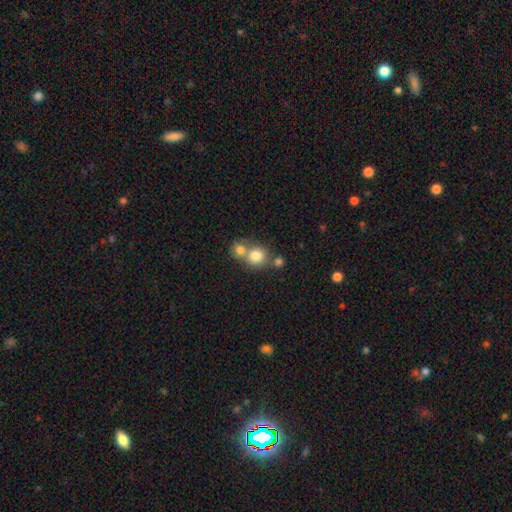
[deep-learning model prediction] Smooth or featured?
  - smooth: 79% *
  - star or artifact: 11%
  - featured or disk: 10%
How rounded?
  - round: 82% *
  - in between: 17%
  - cigar-shaped: 1%
Merging?
  - merger: 48% *
  - none: 42%
  - minor disturbance: 7%
  - major disturbance: 3%